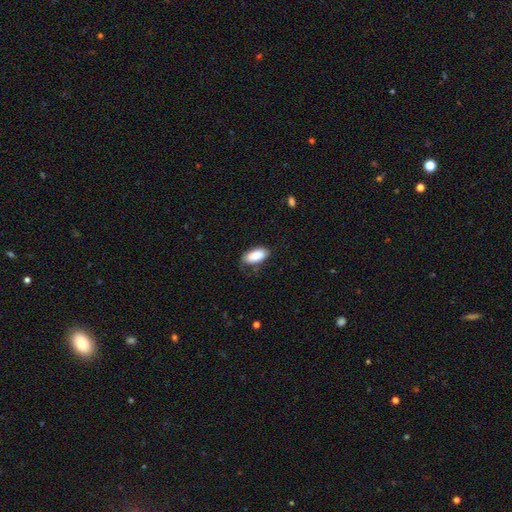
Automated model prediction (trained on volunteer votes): smooth 86%, featured or disk 8%, star or artifact 6%. Down the decision tree: how rounded — in between (91%); merging — none (62%).